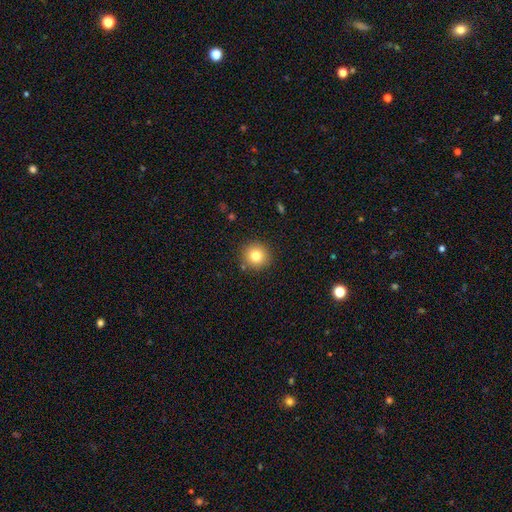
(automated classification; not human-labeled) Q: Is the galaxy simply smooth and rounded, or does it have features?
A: smooth — 80%.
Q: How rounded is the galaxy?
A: round — 93%.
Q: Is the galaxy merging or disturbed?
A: none — 89%.